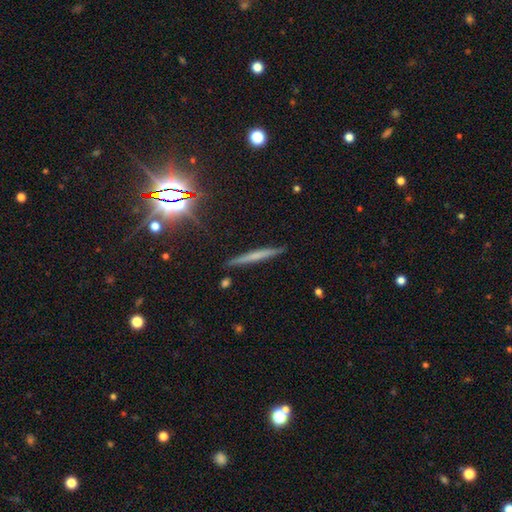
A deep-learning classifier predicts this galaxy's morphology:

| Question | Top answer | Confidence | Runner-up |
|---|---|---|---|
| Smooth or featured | smooth | 44% | featured or disk (41%) |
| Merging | none | 88% | minor disturbance (8%) |